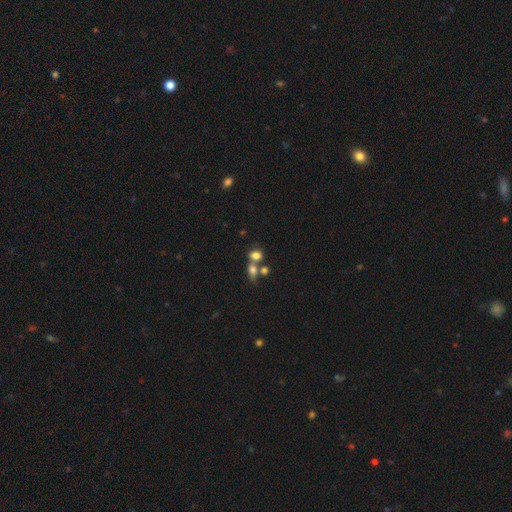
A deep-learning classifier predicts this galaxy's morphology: Smooth or featured? Predicted: smooth (p=0.75). How rounded? Predicted: in between (p=0.63). Merging? Predicted: merger (p=0.47).